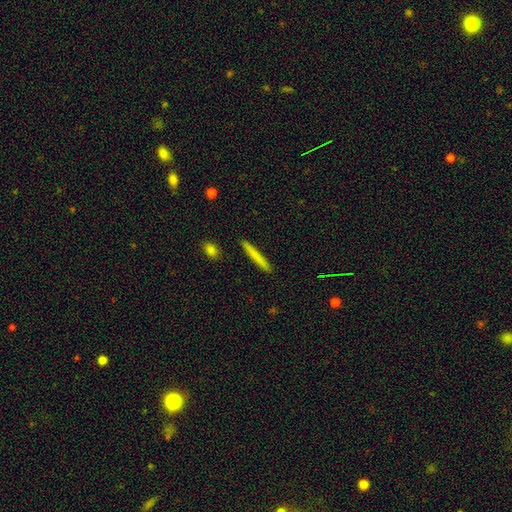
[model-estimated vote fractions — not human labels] The model was most divided on "smooth or featured": smooth: 74%, featured or disk: 19%, star or artifact: 6%. More confident: how rounded — cigar-shaped (96%); merging — none (92%).